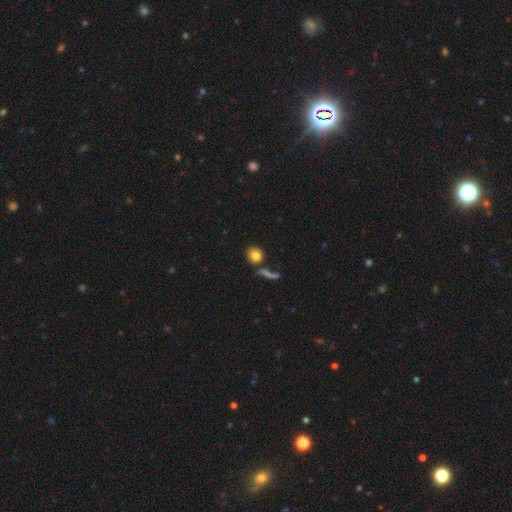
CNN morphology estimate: A smooth galaxy with no disk features (81%) that is round (83%).

Vote fractions:
- Smooth or featured? smooth: 81% / star or artifact: 9% / featured or disk: 9%
- How rounded? round: 83% / in between: 14% / cigar-shaped: 2%
- Merging? none: 71% / merger: 14% / minor disturbance: 10% / major disturbance: 5%